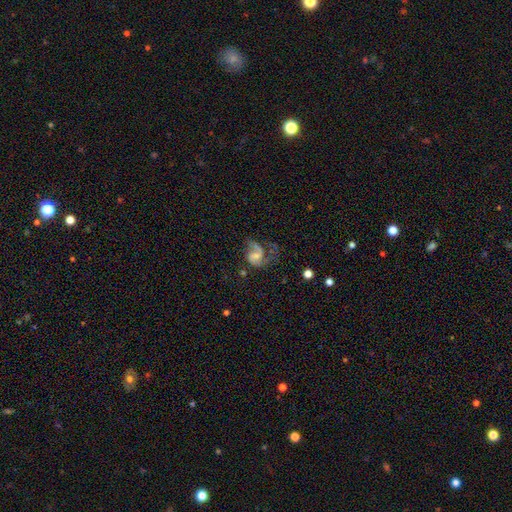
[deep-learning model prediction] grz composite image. It shows a featured or disk galaxy (74%) with no bar (55%), 2 (56%) medium (44%) spiral arms (90%) and a small central bulge (49%). Merging: major disturbance (42%).